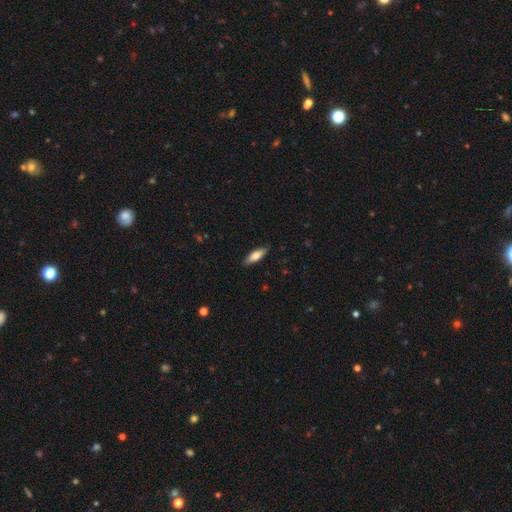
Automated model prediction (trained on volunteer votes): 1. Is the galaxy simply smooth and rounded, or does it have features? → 67% smooth, 27% featured or disk, 6% star or artifact.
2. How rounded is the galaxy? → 53% in between, 45% cigar-shaped, 2% round.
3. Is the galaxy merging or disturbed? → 87% none, 10% minor disturbance, 2% major disturbance, 1% merger.